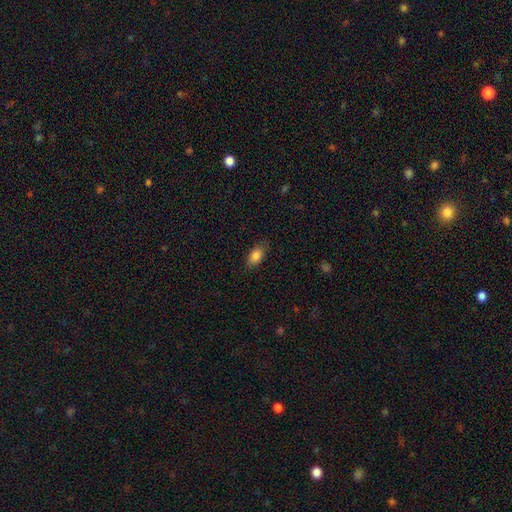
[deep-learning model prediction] smooth 84%, star or artifact 8%, featured or disk 8%. Down the decision tree: how rounded — in between (90%); merging — none (83%).